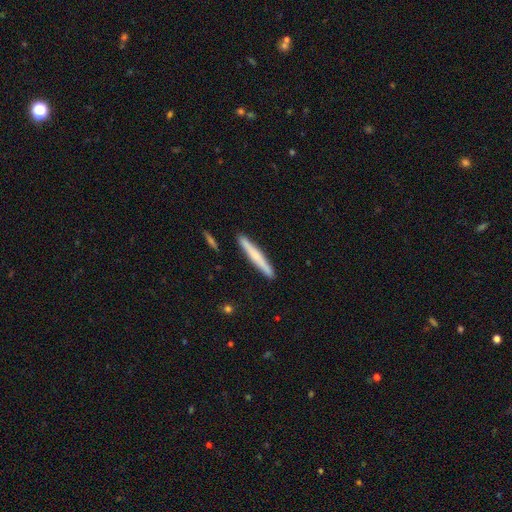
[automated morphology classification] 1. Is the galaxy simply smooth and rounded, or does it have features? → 59% smooth, 36% featured or disk, 6% star or artifact.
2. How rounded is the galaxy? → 96% cigar-shaped, 3% in between, 1% round.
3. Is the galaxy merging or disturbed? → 90% none, 7% minor disturbance, 2% merger, 1% major disturbance.